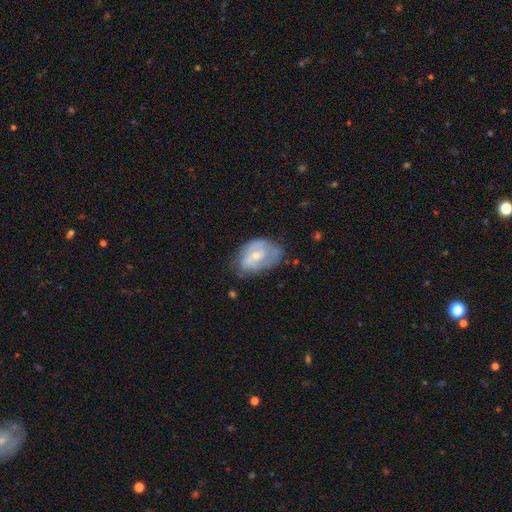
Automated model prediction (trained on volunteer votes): Q: Smooth or featured?
A: featured or disk (60%); runner-up: smooth (34%)
Q: Edge-on disk?
A: no (96%); runner-up: yes (4%)
Q: Bar?
A: no (52%); runner-up: weak (38%)
Q: Spiral arms?
A: yes (64%); runner-up: no (36%)
Q: Bulge size?
A: small (51%); runner-up: moderate (44%)
Q: Merging?
A: none (53%); runner-up: minor disturbance (32%)